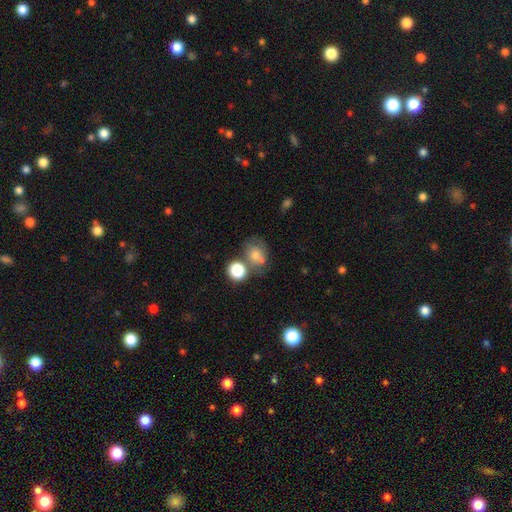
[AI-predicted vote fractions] Q: Smooth or featured?
A: smooth (70%); runner-up: featured or disk (16%)
Q: How rounded?
A: round (59%); runner-up: in between (39%)
Q: Merging?
A: none (44%); runner-up: merger (30%)